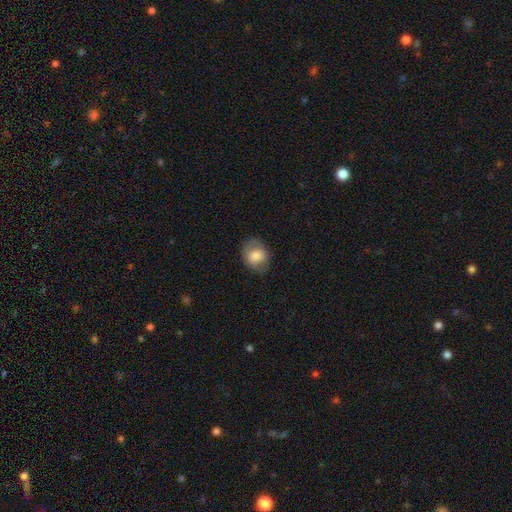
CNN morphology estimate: smooth-or-featured: smooth: 73% | featured or disk: 19% | star or artifact: 8%
  how-rounded: in between: 53% | round: 46% | cigar-shaped: 1%
  merging: none: 76% | minor disturbance: 17% | major disturbance: 6% | merger: 1%